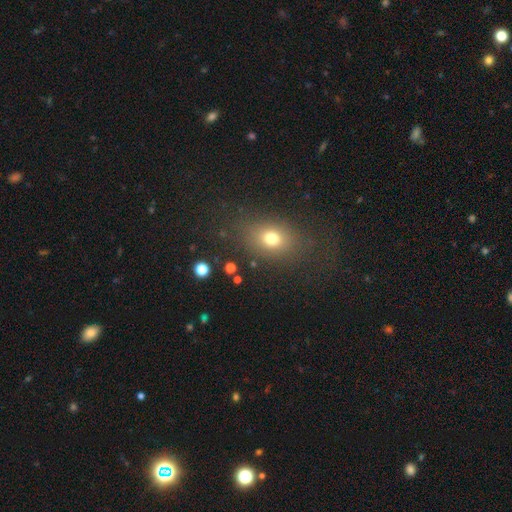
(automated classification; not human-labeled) smooth-or-featured: smooth: 63% | star or artifact: 25% | featured or disk: 12%
  how-rounded: in between: 60% | round: 37% | cigar-shaped: 3%
  merging: none: 82% | minor disturbance: 11% | major disturbance: 5% | merger: 2%